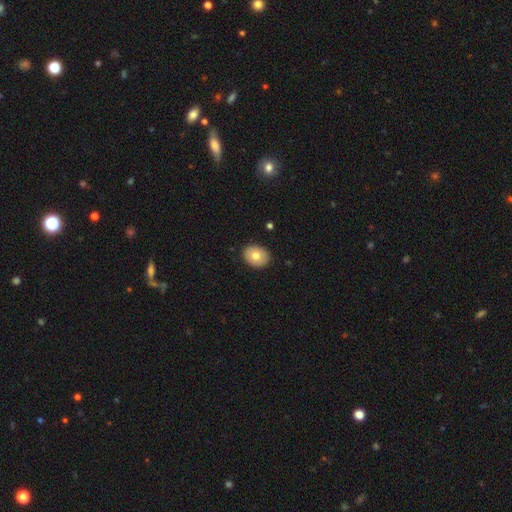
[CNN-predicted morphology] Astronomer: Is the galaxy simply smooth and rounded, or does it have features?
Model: smooth — 75%.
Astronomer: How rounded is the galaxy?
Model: in between — 60% (runner-up: round, 40%).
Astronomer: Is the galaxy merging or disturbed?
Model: none — 89%.